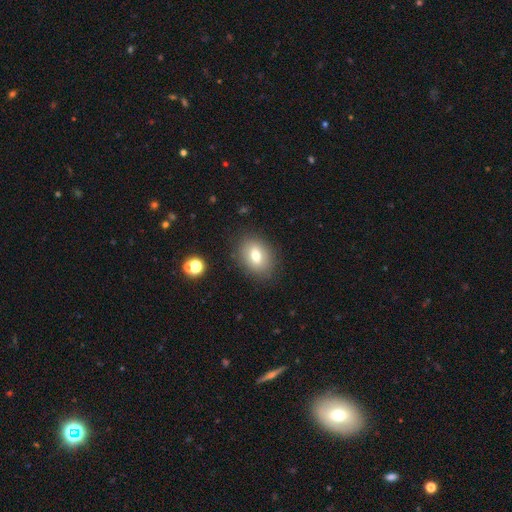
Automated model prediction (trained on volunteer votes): Morphology: type=smooth (72%); roundness=in between (69%); merging=none (84%).